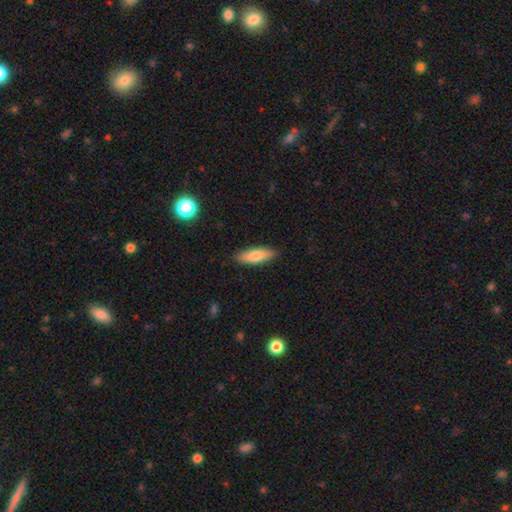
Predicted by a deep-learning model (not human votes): smooth-or-featured: smooth: 79% | featured or disk: 15% | star or artifact: 6%
  how-rounded: in between: 52% | cigar-shaped: 46% | round: 2%
  merging: none: 87% | minor disturbance: 10% | major disturbance: 2% | merger: 1%